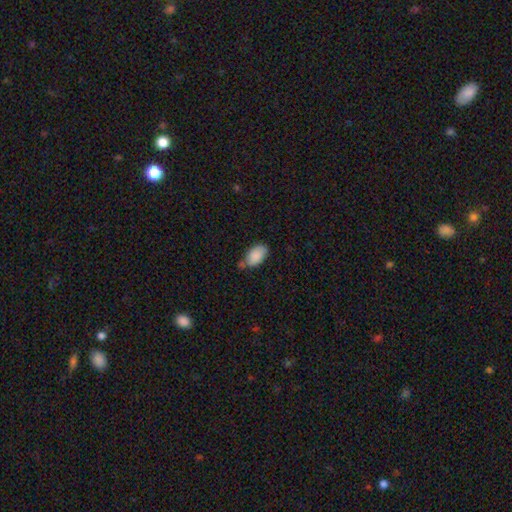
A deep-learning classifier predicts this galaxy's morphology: Smooth or featured? smooth (87%)
How rounded? in between (93%)
Merging? none (55%)